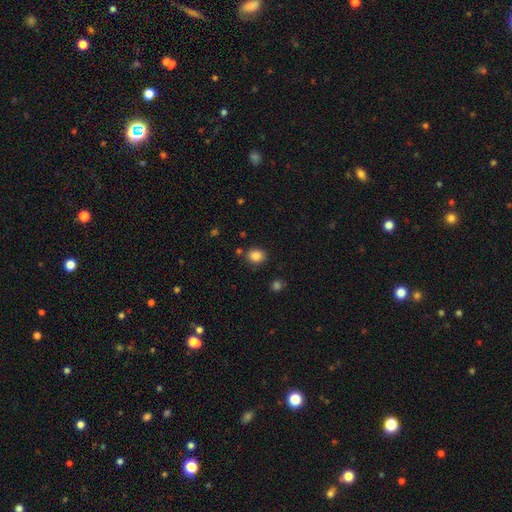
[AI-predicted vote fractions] Overall: smooth (86%). How rounded: round (64%; in between 35%). Merging: none (81%).